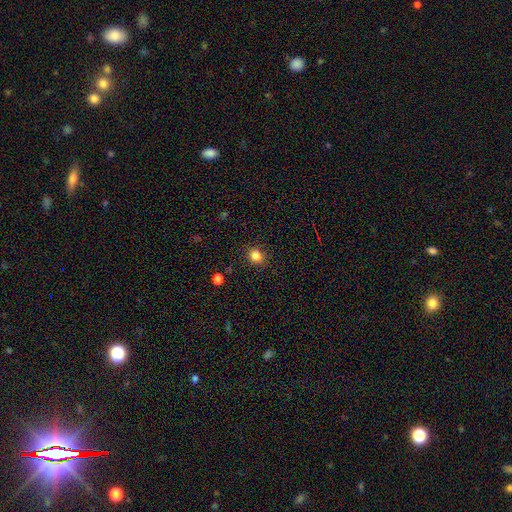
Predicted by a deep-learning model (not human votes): smooth-or-featured: smooth: 83% | star or artifact: 12% | featured or disk: 5%
  how-rounded: round: 77% | in between: 22% | cigar-shaped: 1%
  merging: none: 88% | minor disturbance: 8% | major disturbance: 3% | merger: 1%